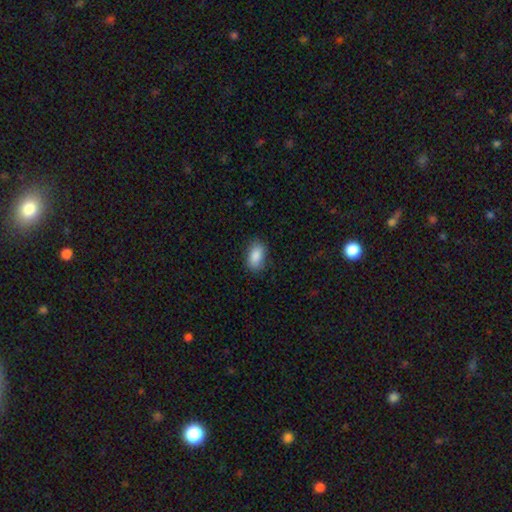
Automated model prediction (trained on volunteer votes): Smooth or featured? smooth (88%)
How rounded? in between (91%)
Merging? none (80%)